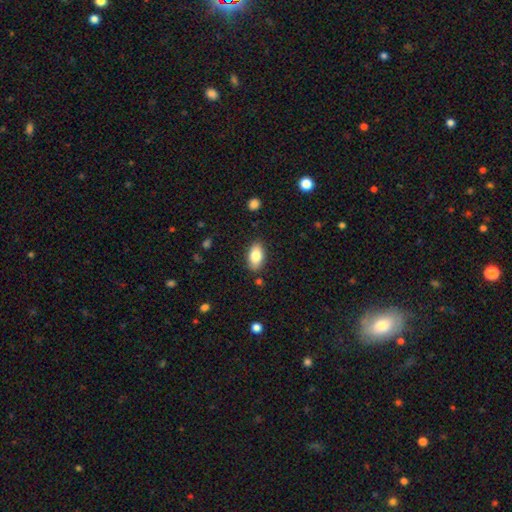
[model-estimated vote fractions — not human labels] Smooth or featured: smooth — 83% (featured or disk — 10%)
How rounded: in between — 92% (round — 4%)
Merging: none — 85% (minor disturbance — 11%)